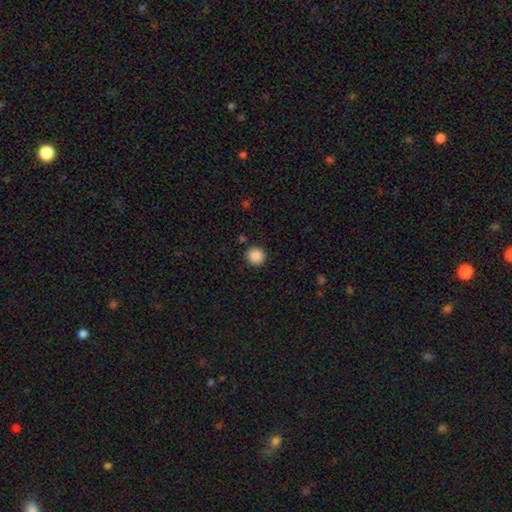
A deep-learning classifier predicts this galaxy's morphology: Q: Smooth or featured?
A: smooth (88%); runner-up: star or artifact (9%)
Q: How rounded?
A: round (93%); runner-up: in between (6%)
Q: Merging?
A: none (90%); runner-up: minor disturbance (6%)